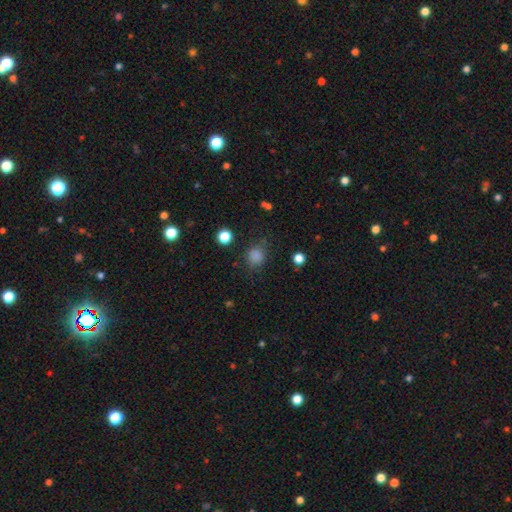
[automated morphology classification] A smooth galaxy with no disk features (82%) that is round (79%).

Vote fractions:
- Smooth or featured? smooth: 82% / star or artifact: 14% / featured or disk: 5%
- How rounded? round: 79% / in between: 20% / cigar-shaped: 1%
- Merging? none: 75% / minor disturbance: 16% / major disturbance: 7% / merger: 2%